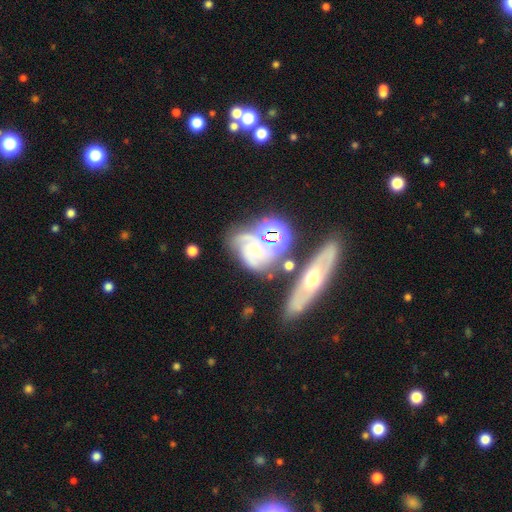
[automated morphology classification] Smooth or featured? featured or disk (63%)
Edge-on disk? no (94%)
Bar? no (67%)
Spiral arms? yes (87%)
Spiral winding? tight (45%)
Spiral arm count? 3 (35%)
Bulge size? small (44%)
Merging? none (42%)